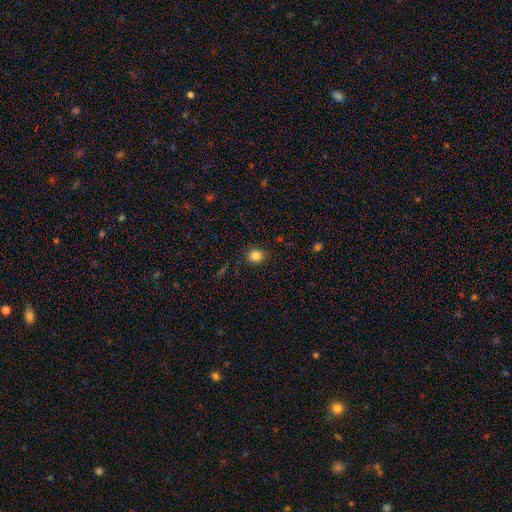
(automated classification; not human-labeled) Q: Smooth or featured?
A: smooth (84%); runner-up: star or artifact (11%)
Q: How rounded?
A: round (65%); runner-up: in between (34%)
Q: Merging?
A: none (89%); runner-up: minor disturbance (8%)